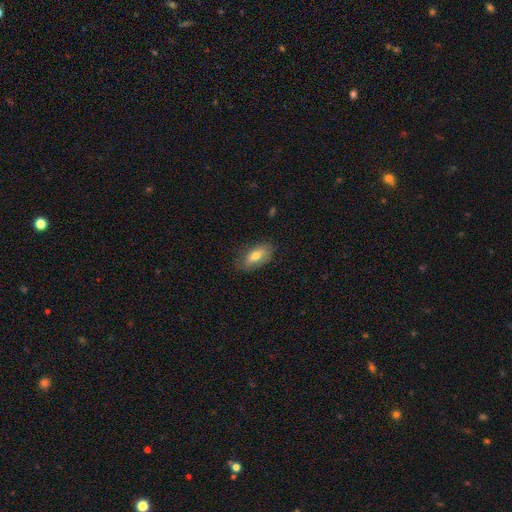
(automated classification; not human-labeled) A smooth galaxy with no disk features (71%) that is in between round and cigar-shaped (87%). Merging: none (76%).